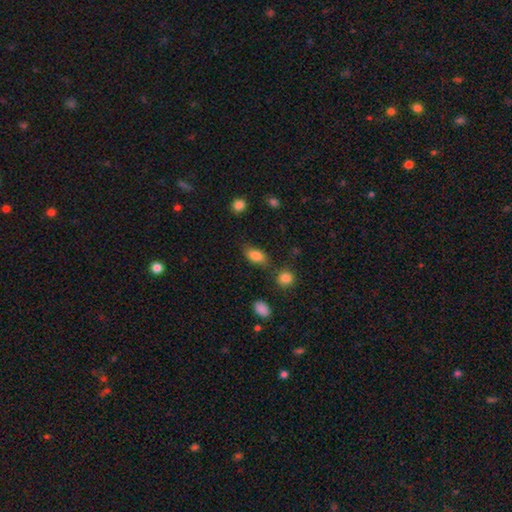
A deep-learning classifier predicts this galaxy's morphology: Q: Smooth or featured?
A: smooth (83%); runner-up: featured or disk (9%)
Q: How rounded?
A: in between (89%); runner-up: round (6%)
Q: Merging?
A: none (73%); runner-up: minor disturbance (16%)